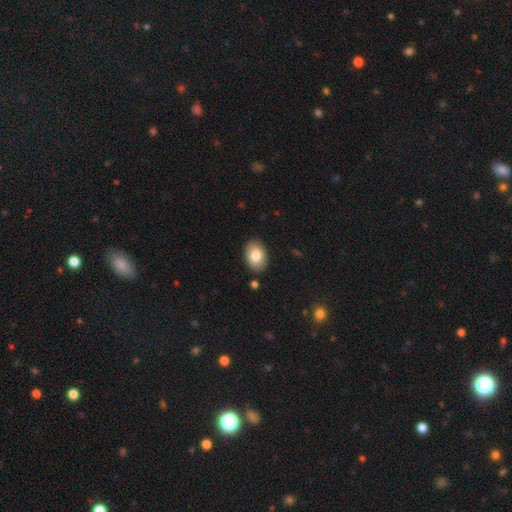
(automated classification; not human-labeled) A smooth galaxy with no disk features (82%) that is in between round and cigar-shaped (84%).

Vote fractions:
- Smooth or featured? smooth: 82% / featured or disk: 11% / star or artifact: 7%
- How rounded? in between: 84% / round: 15% / cigar-shaped: 1%
- Merging? none: 88% / minor disturbance: 8% / major disturbance: 2% / merger: 2%